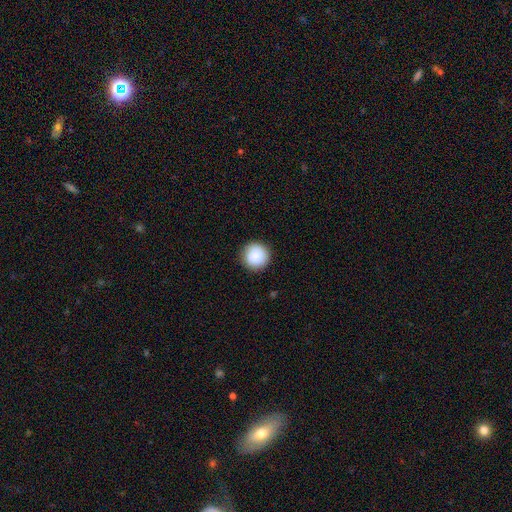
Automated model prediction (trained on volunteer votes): Smooth or featured?
  - smooth: 87% *
  - star or artifact: 7%
  - featured or disk: 6%
How rounded?
  - round: 96% *
  - in between: 3%
  - cigar-shaped: 1%
Merging?
  - none: 91% *
  - minor disturbance: 7%
  - major disturbance: 2%
  - merger: 1%